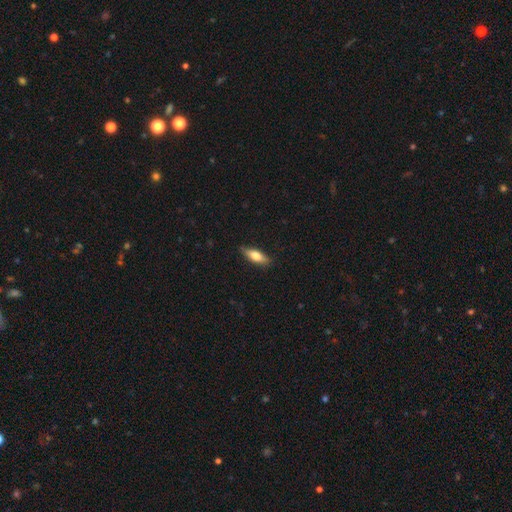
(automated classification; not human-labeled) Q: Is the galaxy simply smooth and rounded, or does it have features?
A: smooth — 65%.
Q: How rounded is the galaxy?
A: in between — 55%.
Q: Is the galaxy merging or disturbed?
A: none — 85%.